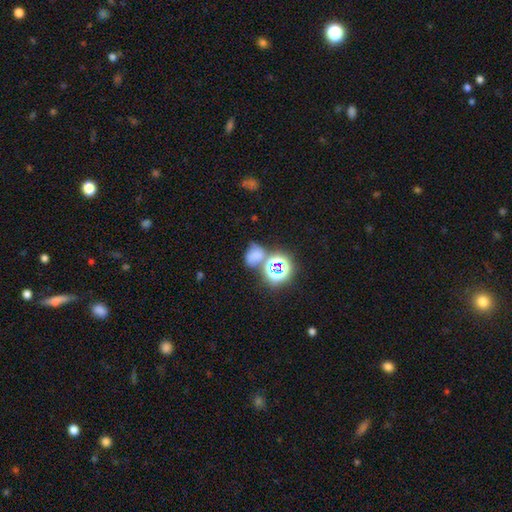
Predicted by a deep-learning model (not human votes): The model was most divided on "how rounded": in between: 54%, round: 44%, cigar-shaped: 1%. Remaining: smooth or featured — smooth (55%); merging — none (43%).